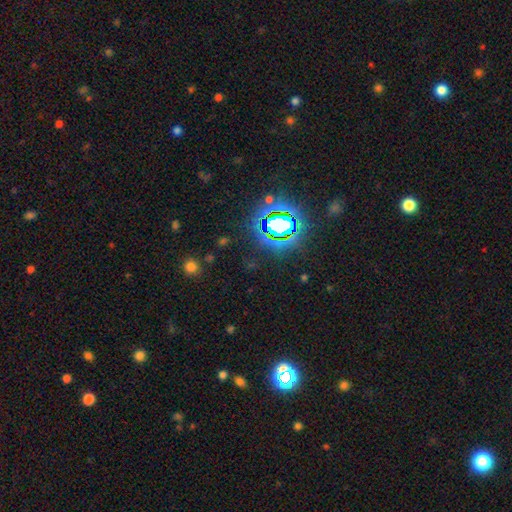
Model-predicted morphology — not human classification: Overall: star or artifact (77%).